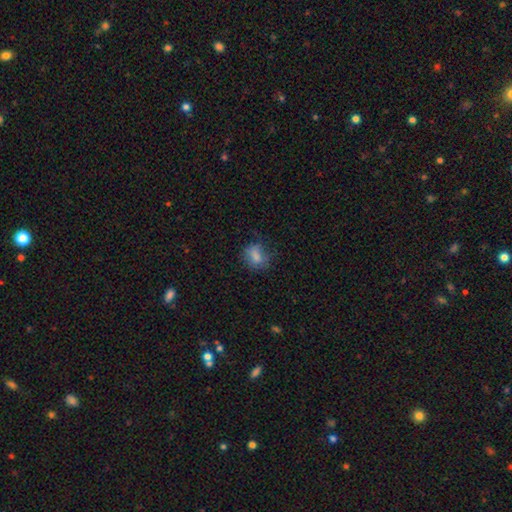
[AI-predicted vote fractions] A smooth galaxy with no disk features (75%) that is in between round and cigar-shaped (55%). Merging: none (59%).